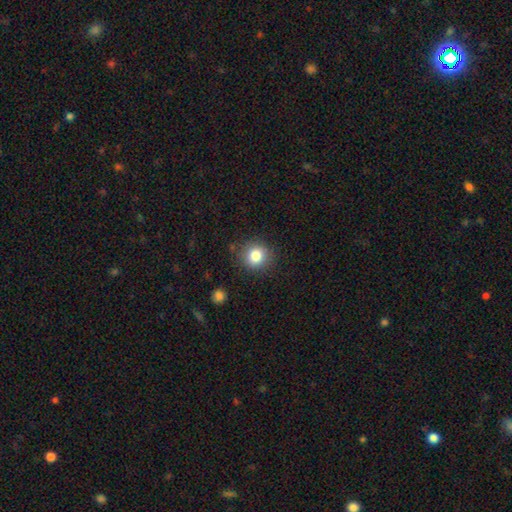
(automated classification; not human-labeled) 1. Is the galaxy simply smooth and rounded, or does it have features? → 83% smooth, 11% star or artifact, 6% featured or disk.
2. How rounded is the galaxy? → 89% round, 10% in between, 1% cigar-shaped.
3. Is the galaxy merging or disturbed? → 87% none, 9% minor disturbance, 3% major disturbance, 2% merger.